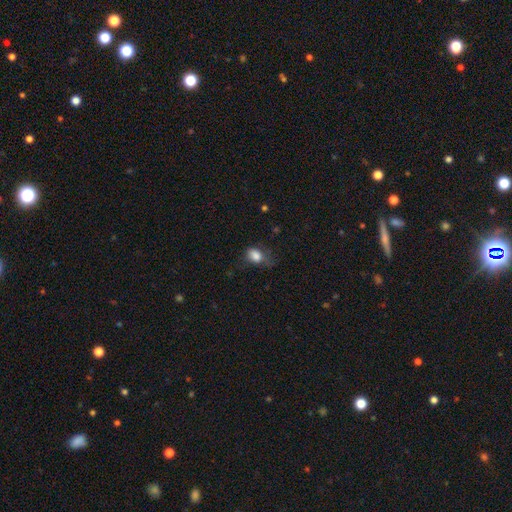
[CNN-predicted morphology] smooth-or-featured: smooth: 83% | star or artifact: 9% | featured or disk: 7%
  how-rounded: in between: 73% | round: 25% | cigar-shaped: 1%
  merging: none: 46% | minor disturbance: 32% | major disturbance: 21% | merger: 2%